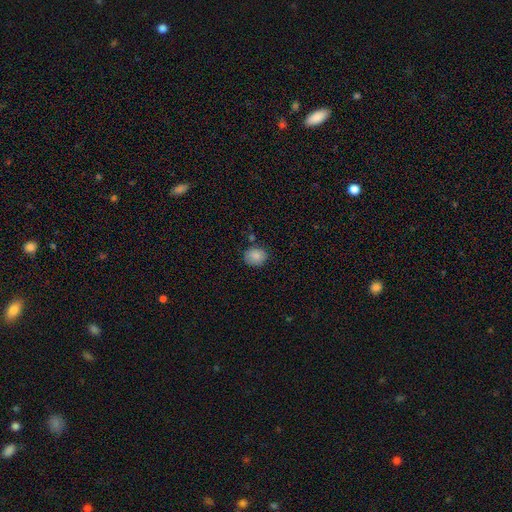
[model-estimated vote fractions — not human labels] Smooth or featured? smooth (87%)
How rounded? round (59%)
Merging? none (78%)